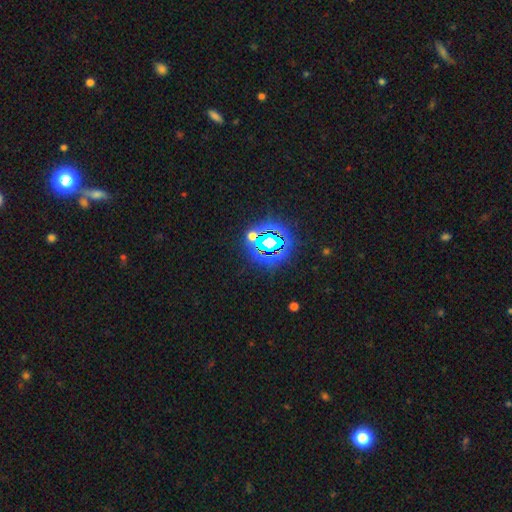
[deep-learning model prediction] smooth-or-featured: star or artifact: 81% | smooth: 12% | featured or disk: 7%